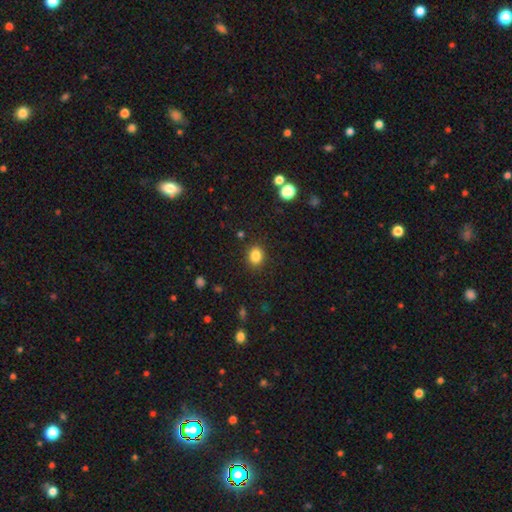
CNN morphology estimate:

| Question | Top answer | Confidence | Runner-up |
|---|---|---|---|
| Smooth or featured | smooth | 85% | star or artifact (11%) |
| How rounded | round | 53% | in between (46%) |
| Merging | none | 88% | minor disturbance (8%) |